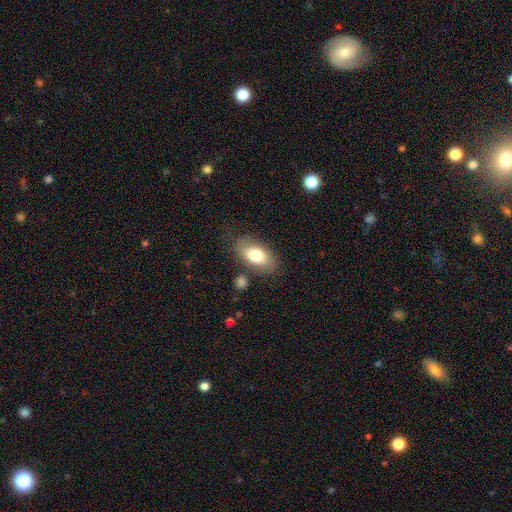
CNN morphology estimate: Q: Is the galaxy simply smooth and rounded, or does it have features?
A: smooth — 75%.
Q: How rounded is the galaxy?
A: in between — 91%.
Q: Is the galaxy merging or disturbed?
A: none — 72%.